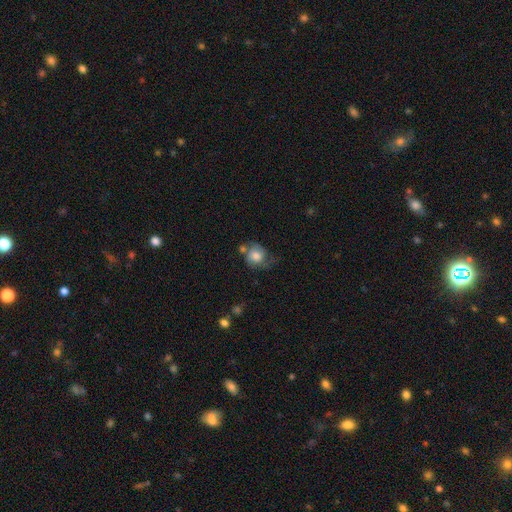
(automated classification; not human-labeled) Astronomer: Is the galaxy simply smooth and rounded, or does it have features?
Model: smooth — 61%.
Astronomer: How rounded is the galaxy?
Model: round — 70%.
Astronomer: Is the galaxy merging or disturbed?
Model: none — 40% (runner-up: minor disturbance, 28%).